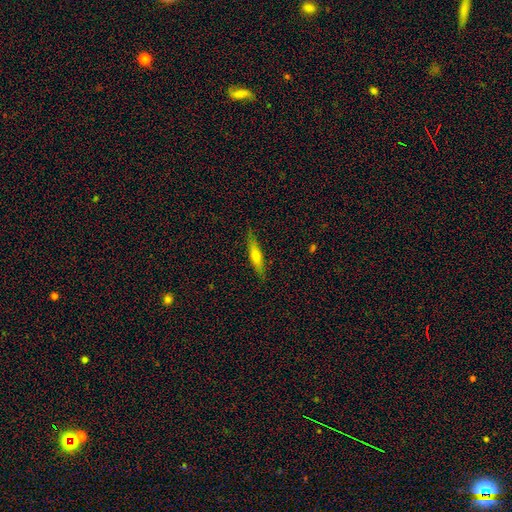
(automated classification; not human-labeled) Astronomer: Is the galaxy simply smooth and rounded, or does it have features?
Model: smooth — 54% (runner-up: featured or disk, 39%).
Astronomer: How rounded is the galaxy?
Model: cigar-shaped — 79%.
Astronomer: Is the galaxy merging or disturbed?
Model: none — 83%.